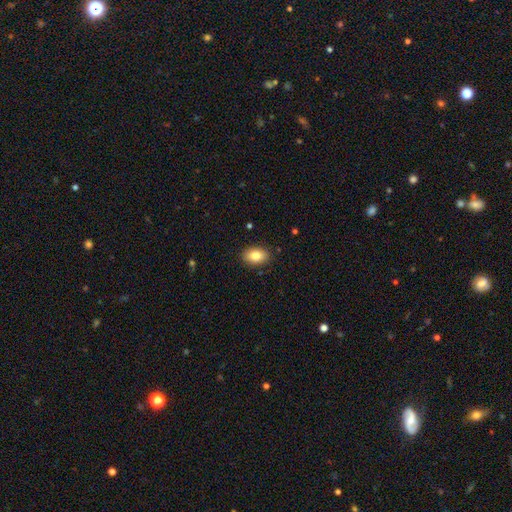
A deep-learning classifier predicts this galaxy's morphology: Q: Smooth or featured?
A: smooth (83%); runner-up: featured or disk (9%)
Q: How rounded?
A: in between (85%); runner-up: round (13%)
Q: Merging?
A: none (88%); runner-up: minor disturbance (9%)